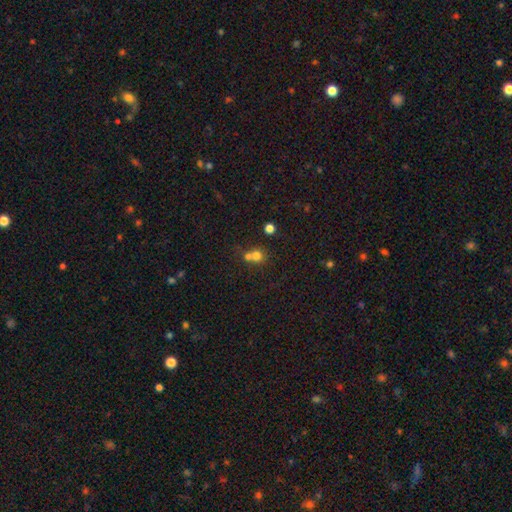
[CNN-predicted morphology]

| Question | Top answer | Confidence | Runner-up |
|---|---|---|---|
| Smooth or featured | smooth | 73% | star or artifact (16%) |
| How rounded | round | 87% | in between (12%) |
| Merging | merger | 48% | none (43%) |